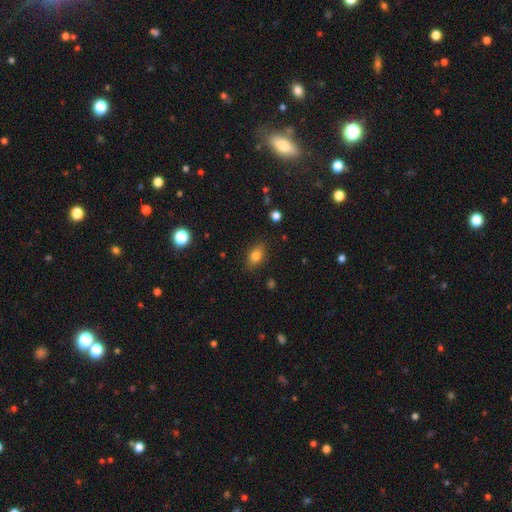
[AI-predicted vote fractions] This appears to be a smooth galaxy with no disk features (81%) that is in between round and cigar-shaped (79%). Merging: none (84%).